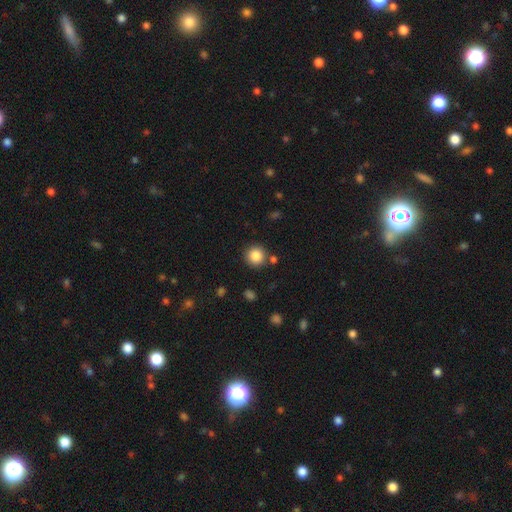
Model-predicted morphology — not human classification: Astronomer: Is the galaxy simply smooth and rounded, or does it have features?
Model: smooth — 86%.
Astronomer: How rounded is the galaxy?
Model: round — 94%.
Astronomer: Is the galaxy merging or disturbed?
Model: none — 85%.